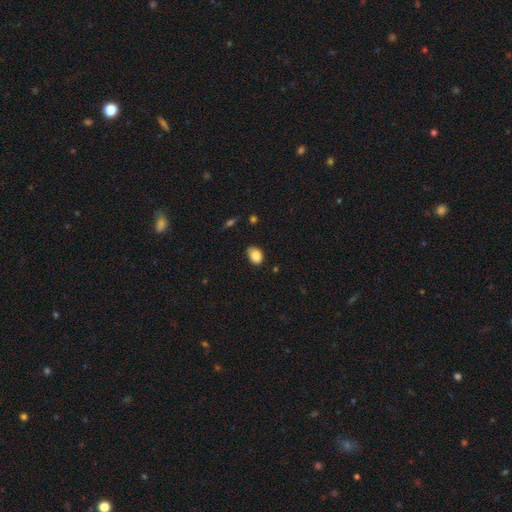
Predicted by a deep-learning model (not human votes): A smooth galaxy with no disk features (86%) that is in between round and cigar-shaped (77%).

Vote fractions:
- Smooth or featured? smooth: 86% / star or artifact: 8% / featured or disk: 6%
- How rounded? in between: 77% / round: 22% / cigar-shaped: 1%
- Merging? none: 74% / minor disturbance: 21% / major disturbance: 3% / merger: 1%